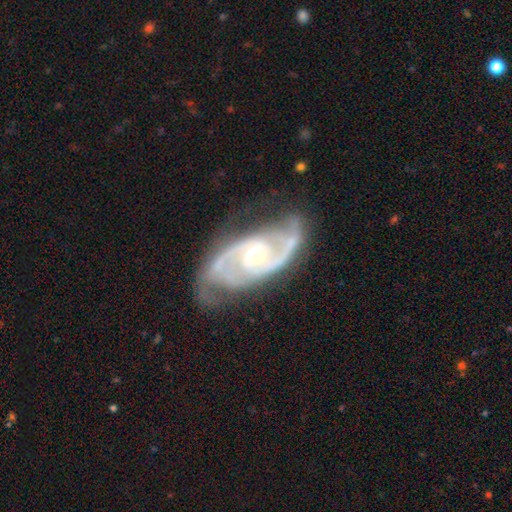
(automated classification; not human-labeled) This appears to be a featured or disk galaxy (92%) with no bar (54%), 2 (82%) medium (51%) spiral arms (98%) and a moderate central bulge (51%). Merging: none (71%).